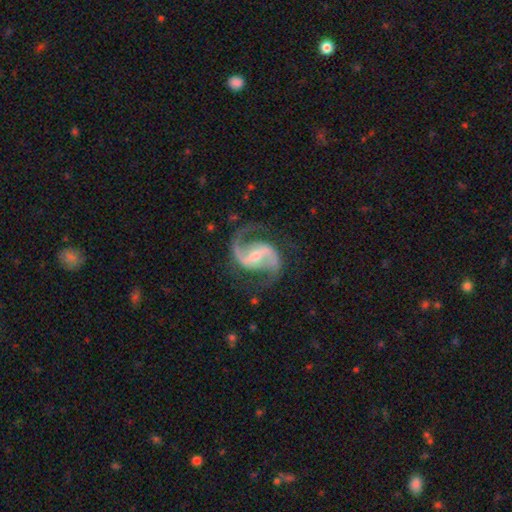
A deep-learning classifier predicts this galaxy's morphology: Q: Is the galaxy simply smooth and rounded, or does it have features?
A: featured or disk — 93%.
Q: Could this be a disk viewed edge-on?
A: no — 98%.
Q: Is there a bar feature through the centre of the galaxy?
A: strong — 46%.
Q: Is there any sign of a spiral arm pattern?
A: yes — 98%.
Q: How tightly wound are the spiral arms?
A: medium — 59%.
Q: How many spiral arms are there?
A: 2 — 94%.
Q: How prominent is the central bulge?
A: small — 48%.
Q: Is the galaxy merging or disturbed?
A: none — 78%.